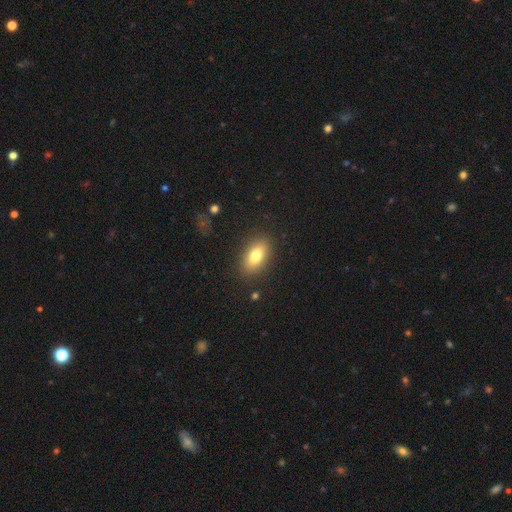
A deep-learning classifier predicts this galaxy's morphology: The model was most divided on "smooth or featured": smooth: 79%, featured or disk: 13%, star or artifact: 8%. More confident: how rounded — in between (87%); merging — none (87%).